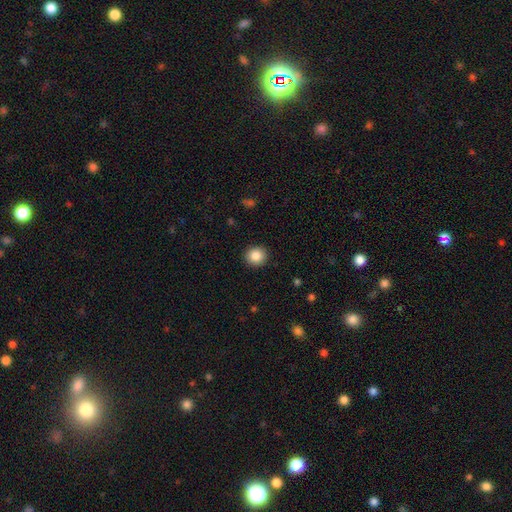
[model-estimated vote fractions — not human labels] This is clearly a smooth galaxy (86%). How rounded: clearly round (88%). Merging: clearly none (91%).